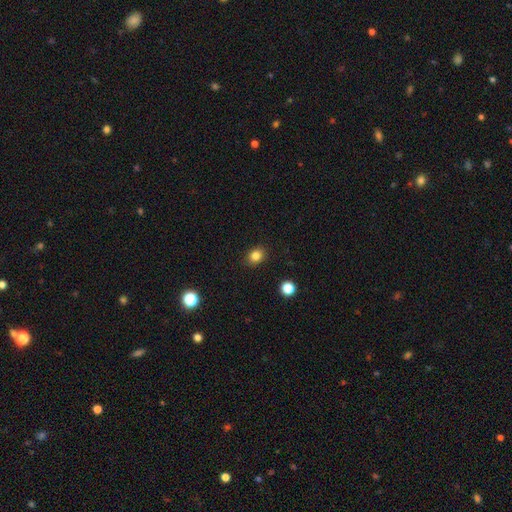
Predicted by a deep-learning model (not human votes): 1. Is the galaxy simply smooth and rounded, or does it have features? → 83% smooth, 11% star or artifact, 5% featured or disk.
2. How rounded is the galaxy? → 51% round, 48% in between, 1% cigar-shaped.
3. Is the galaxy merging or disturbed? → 88% none, 8% minor disturbance, 2% major disturbance, 1% merger.